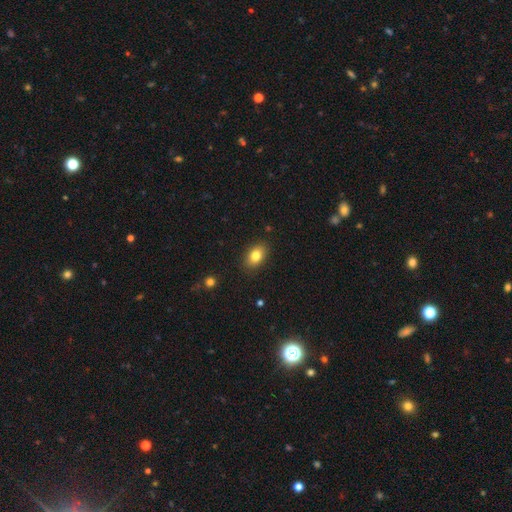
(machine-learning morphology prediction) smooth 81%, featured or disk 10%, star or artifact 9%. Down the decision tree: how rounded — in between (83%); merging — none (87%).